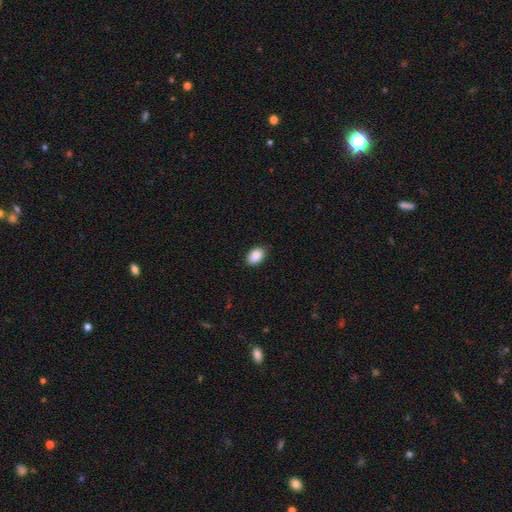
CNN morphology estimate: The model was most divided on "merging": none: 80%, minor disturbance: 17%, major disturbance: 3%, merger: 1%. More confident: smooth or featured — smooth (89%); how rounded — in between (86%).